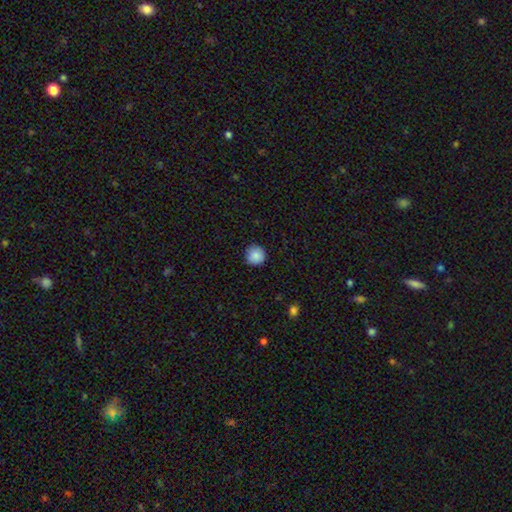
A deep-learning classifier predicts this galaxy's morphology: The model was most divided on "smooth or featured": smooth: 88%, star or artifact: 9%, featured or disk: 4%. More confident: how rounded — round (95%); merging — none (90%).